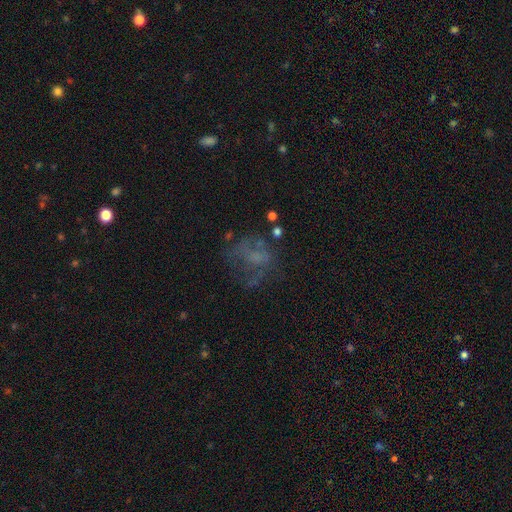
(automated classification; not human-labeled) Smooth or featured: featured or disk — 45% (smooth — 32%)
Merging: none — 46% (major disturbance — 31%)